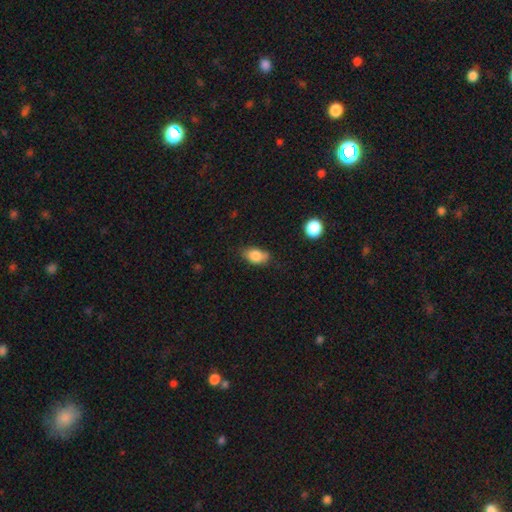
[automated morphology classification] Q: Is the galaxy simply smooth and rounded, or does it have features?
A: smooth — 83%.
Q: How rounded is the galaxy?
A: in between — 85%.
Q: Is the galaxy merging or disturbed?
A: none — 59%.